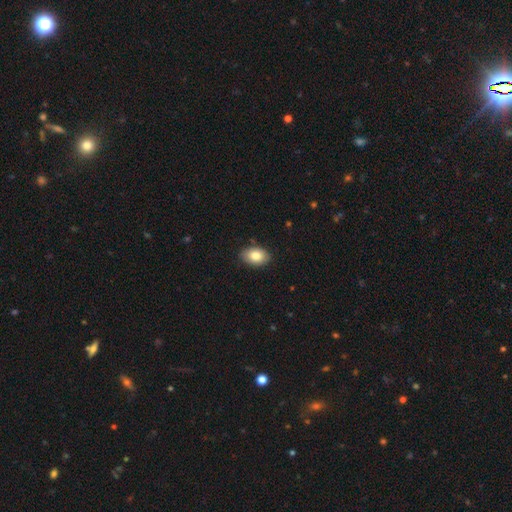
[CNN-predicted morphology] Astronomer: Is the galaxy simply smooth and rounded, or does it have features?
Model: smooth — 83%.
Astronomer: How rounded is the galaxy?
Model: in between — 88%.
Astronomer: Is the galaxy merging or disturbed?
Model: none — 86%.